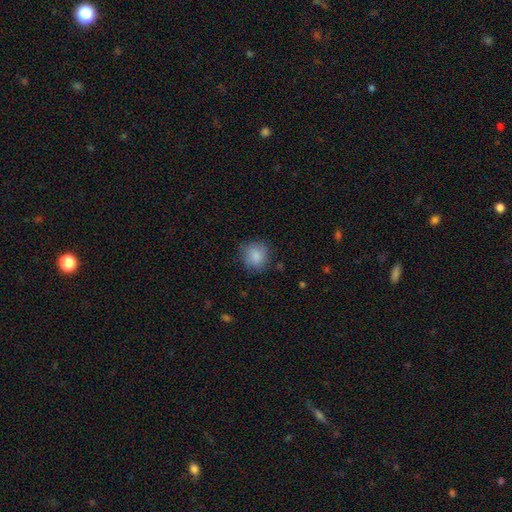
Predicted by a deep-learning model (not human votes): Smooth or featured? smooth (87%)
How rounded? round (87%)
Merging? none (82%)